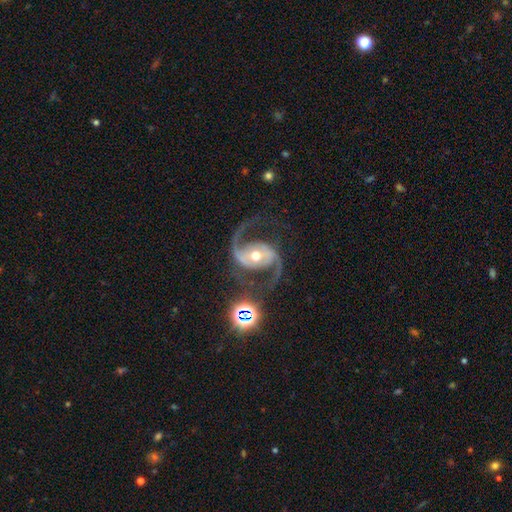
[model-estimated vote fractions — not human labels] featured or disk 92%, star or artifact 6%, smooth 3%. Down the decision tree: edge-on disk — no (98%); bar — no (41%); spiral arms — yes (98%); spiral arm count — 2 (94%); spiral winding — medium (52%); bulge size — moderate (72%); merging — none (77%).